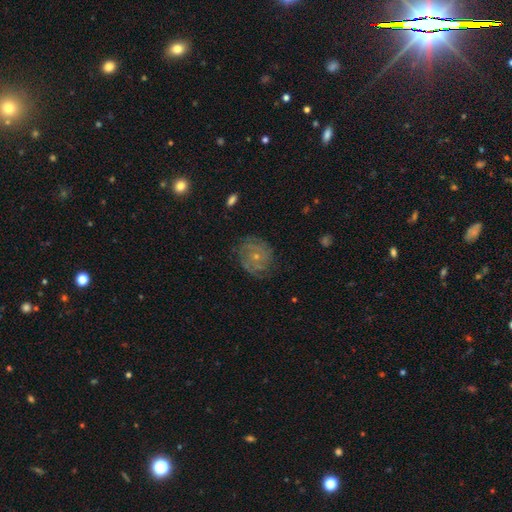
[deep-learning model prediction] Smooth or featured? featured or disk (71%)
Edge-on disk? no (98%)
Bar? no (79%)
Spiral arms? yes (89%)
Spiral winding? tight (65%)
Spiral arm count? can't tell (36%)
Bulge size? small (74%)
Merging? none (76%)